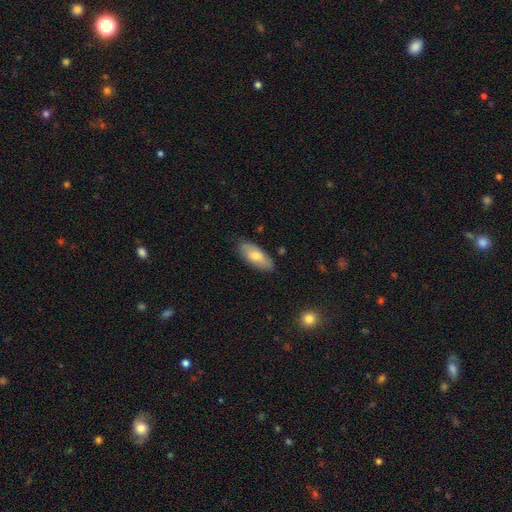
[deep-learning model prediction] A smooth galaxy with no disk features (73%) that is in between round and cigar-shaped (83%). Merging: none (83%).